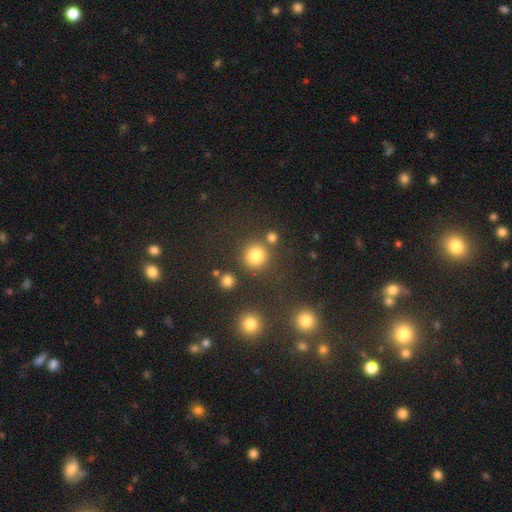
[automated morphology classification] The model was most divided on "smooth or featured": smooth: 80%, star or artifact: 14%, featured or disk: 6%. More confident: how rounded — round (90%); merging — none (78%).